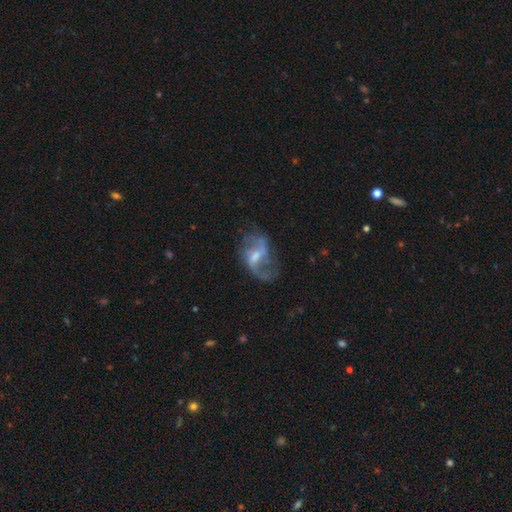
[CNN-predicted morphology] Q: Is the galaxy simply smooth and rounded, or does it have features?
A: featured or disk — 77%.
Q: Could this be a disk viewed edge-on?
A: no — 97%.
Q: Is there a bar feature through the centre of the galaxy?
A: weak — 55%.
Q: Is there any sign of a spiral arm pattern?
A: yes — 83%.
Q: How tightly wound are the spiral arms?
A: loose — 70%.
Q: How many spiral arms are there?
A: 2 — 75%.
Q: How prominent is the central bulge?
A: moderate — 43%.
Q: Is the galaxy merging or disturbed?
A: none — 46%.